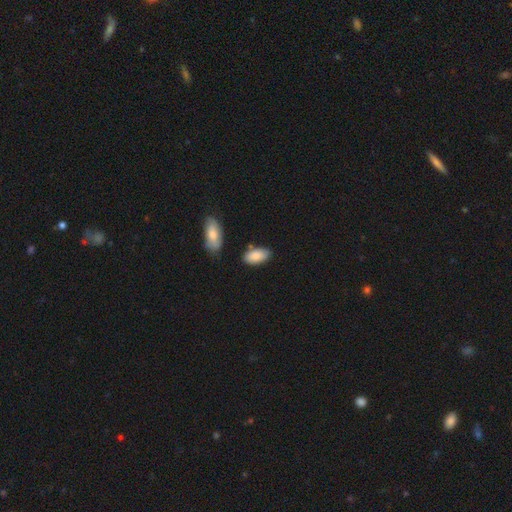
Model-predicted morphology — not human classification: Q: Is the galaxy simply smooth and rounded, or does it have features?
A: smooth — 86%.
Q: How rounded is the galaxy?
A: in between — 93%.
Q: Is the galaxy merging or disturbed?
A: none — 75%.